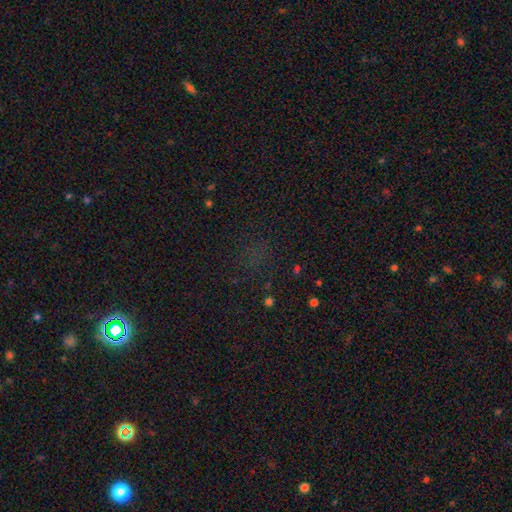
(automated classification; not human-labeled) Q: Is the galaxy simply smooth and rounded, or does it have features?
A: star or artifact — 60%.